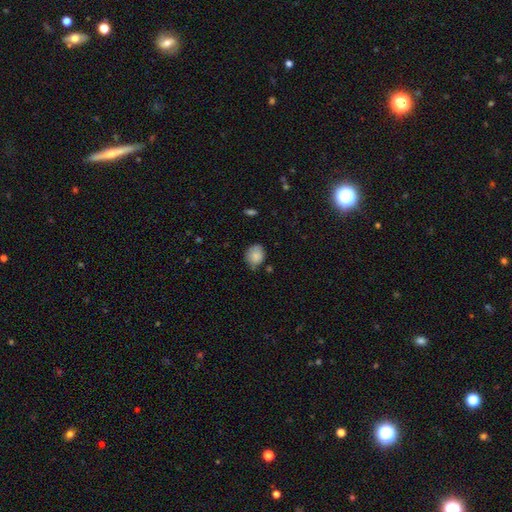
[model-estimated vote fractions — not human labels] smooth 84%, star or artifact 9%, featured or disk 7%. Down the decision tree: how rounded — round (66%); merging — none (61%).